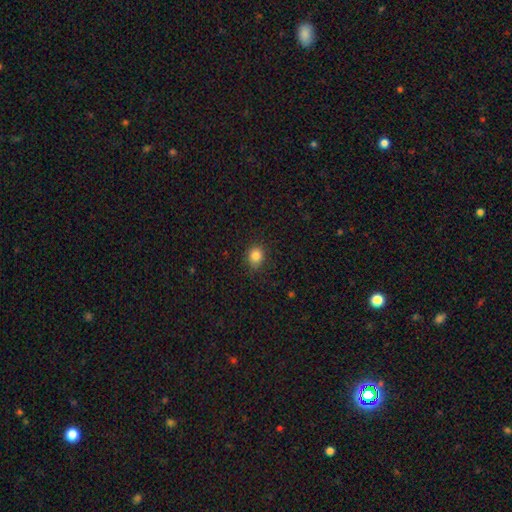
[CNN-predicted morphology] The model was most divided on "how rounded": round: 70%, in between: 29%, cigar-shaped: 1%. More confident: smooth or featured — smooth (84%); merging — none (82%).